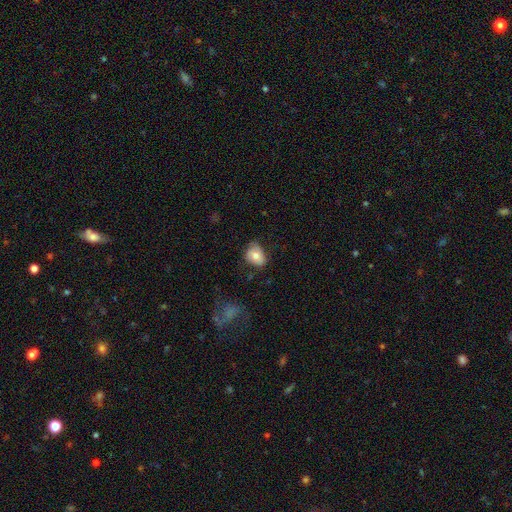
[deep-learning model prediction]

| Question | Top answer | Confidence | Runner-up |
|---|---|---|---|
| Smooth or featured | smooth | 72% | featured or disk (20%) |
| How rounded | in between | 64% | round (35%) |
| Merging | none | 55% | minor disturbance (33%) |